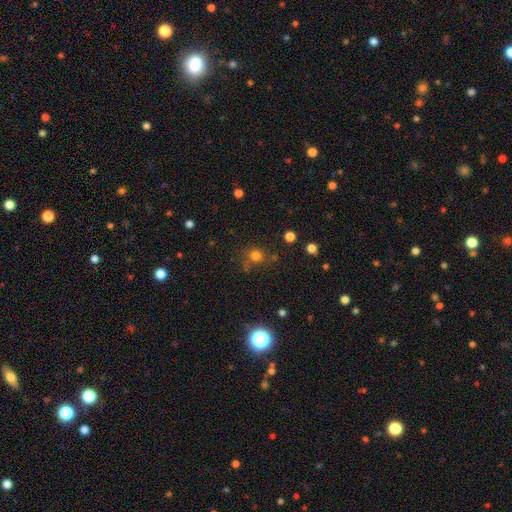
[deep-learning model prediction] Smooth or featured? Predicted: smooth (p=0.73). How rounded? Predicted: round (p=0.87). Merging? Predicted: none (p=0.73).